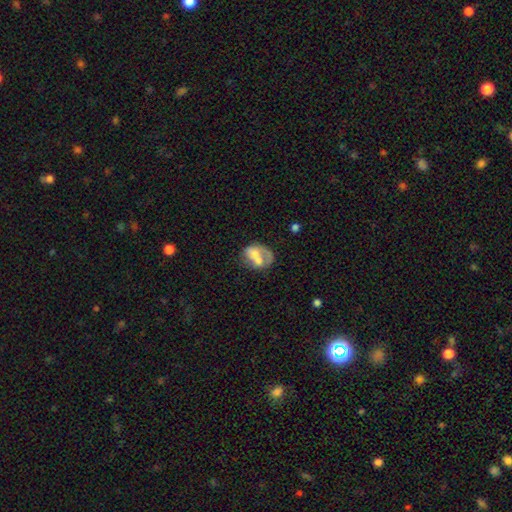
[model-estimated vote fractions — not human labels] Morphology: type=smooth (49%); merging=merger (42%).